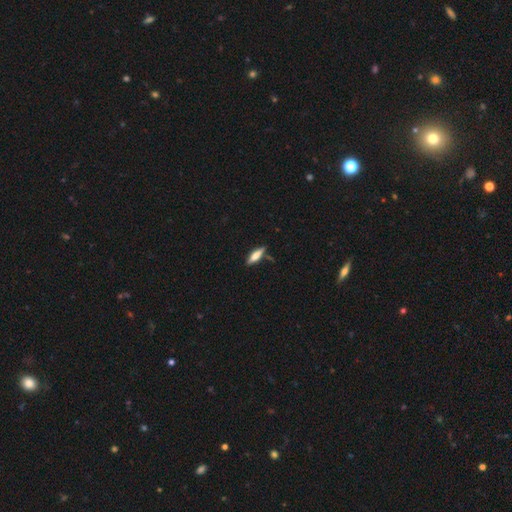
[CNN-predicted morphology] smooth-or-featured: smooth: 61% | featured or disk: 32% | star or artifact: 6%
  how-rounded: cigar-shaped: 62% | in between: 36% | round: 2%
  merging: none: 78% | minor disturbance: 15% | merger: 4% | major disturbance: 3%